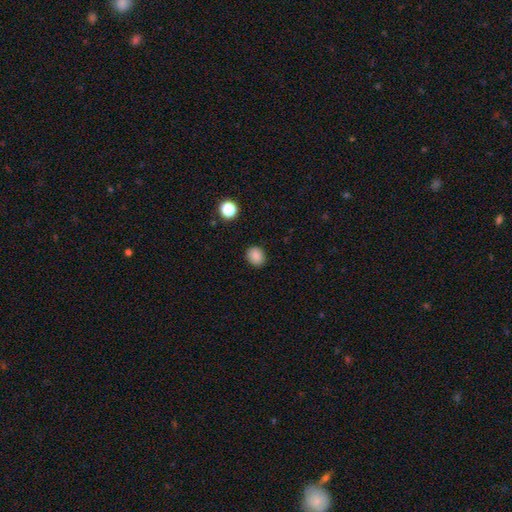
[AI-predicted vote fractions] A smooth galaxy with no disk features (85%) that is round (64%).

Vote fractions:
- Smooth or featured? smooth: 85% / star or artifact: 11% / featured or disk: 4%
- How rounded? round: 64% / in between: 35% / cigar-shaped: 1%
- Merging? none: 89% / minor disturbance: 8% / major disturbance: 2% / merger: 1%